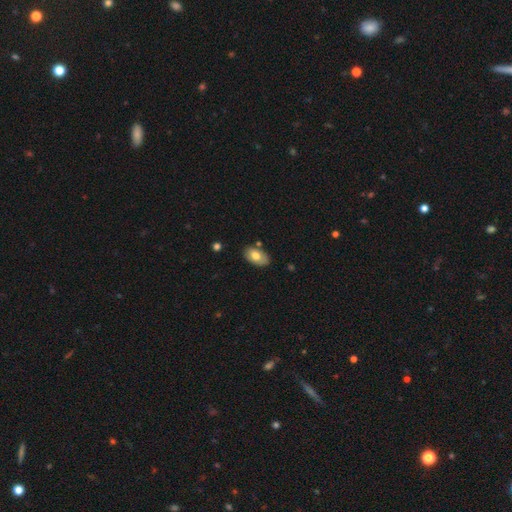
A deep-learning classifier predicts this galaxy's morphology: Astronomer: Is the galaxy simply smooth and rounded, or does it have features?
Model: smooth — 74%.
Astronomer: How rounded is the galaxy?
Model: in between — 93%.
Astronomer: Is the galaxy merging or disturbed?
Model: none — 78%.